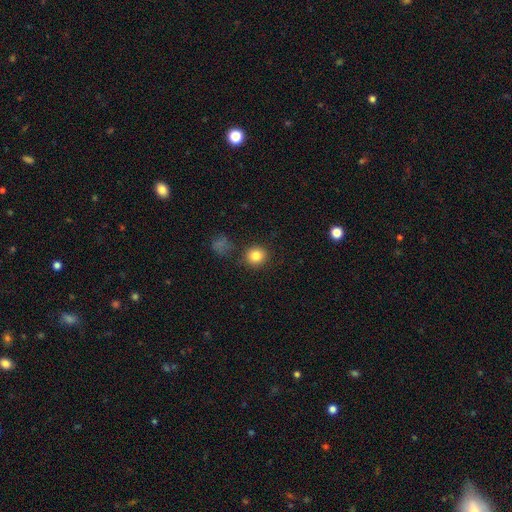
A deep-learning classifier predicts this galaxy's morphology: Q: Smooth or featured?
A: smooth (83%); runner-up: star or artifact (11%)
Q: How rounded?
A: round (89%); runner-up: in between (10%)
Q: Merging?
A: none (84%); runner-up: minor disturbance (9%)